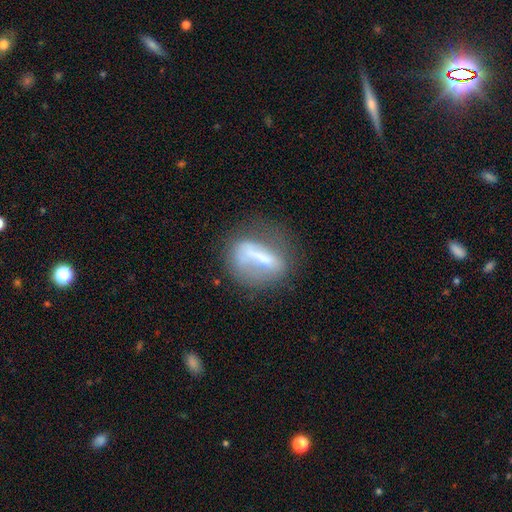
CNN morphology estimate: This is possibly a smooth galaxy (46%). Merging: marginally none (40%).